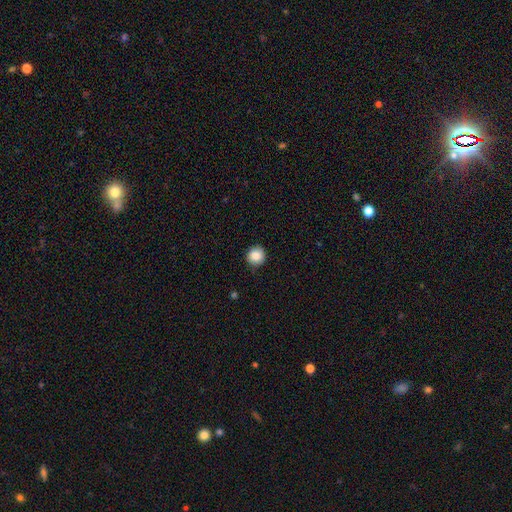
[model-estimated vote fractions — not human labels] smooth_or_featured: smooth (p=0.86) [alt: star or artifact p=0.09]
how_rounded: round (p=0.93) [alt: in between p=0.06]
merging: none (p=0.87) [alt: minor disturbance p=0.10]